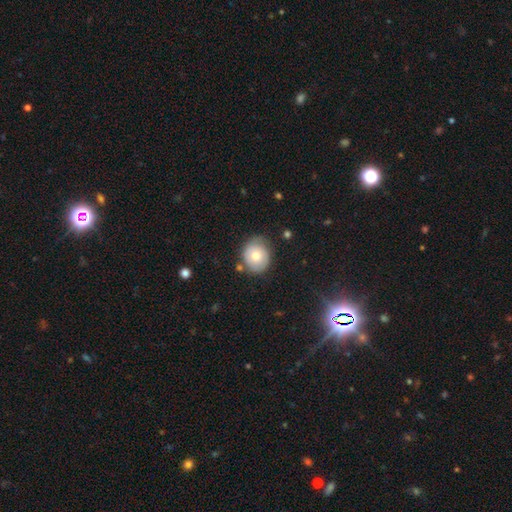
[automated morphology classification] Smooth or featured: smooth — 70% (featured or disk — 22%)
How rounded: round — 70% (in between — 29%)
Merging: none — 69% (minor disturbance — 22%)